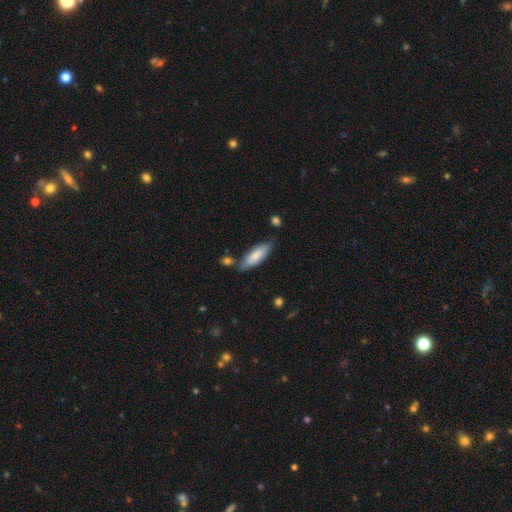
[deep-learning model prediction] This is likely a smooth galaxy (80%). How rounded: possibly in between (59%). Merging: likely none (69%).